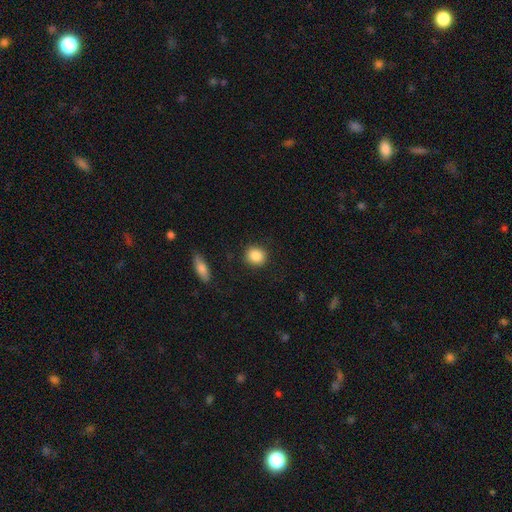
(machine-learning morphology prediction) A smooth galaxy with no disk features (87%) that is round (77%). Merging: none (88%).